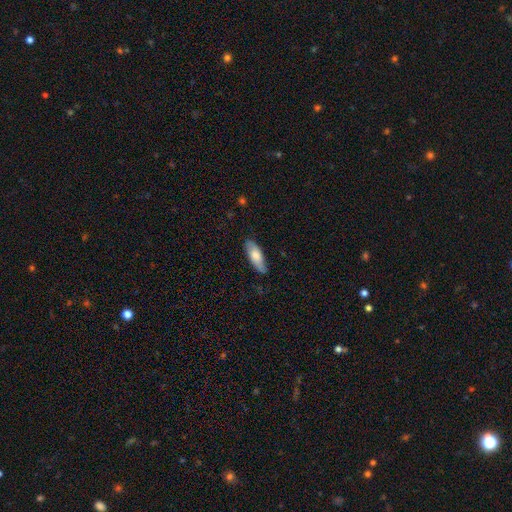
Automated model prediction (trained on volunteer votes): Smooth or featured? smooth (70%)
How rounded? in between (60%)
Merging? none (83%)